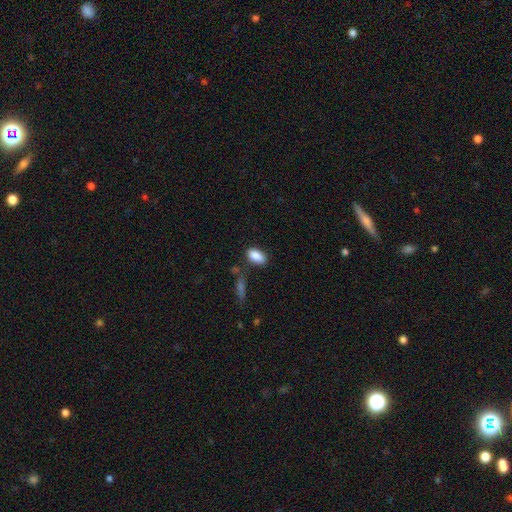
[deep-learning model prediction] Q: Smooth or featured?
A: smooth (88%); runner-up: star or artifact (7%)
Q: How rounded?
A: in between (92%); runner-up: cigar-shaped (5%)
Q: Merging?
A: none (77%); runner-up: minor disturbance (14%)